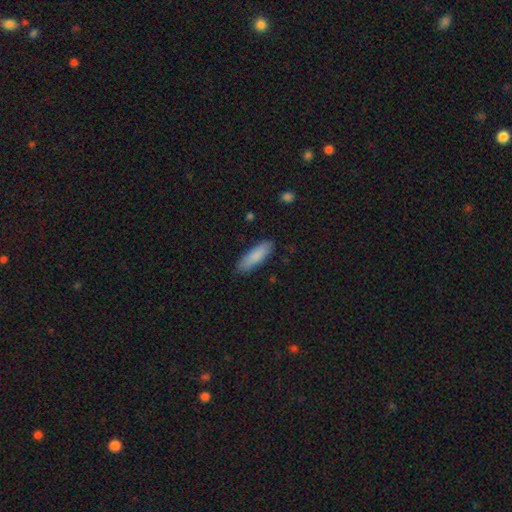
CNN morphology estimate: Smooth or featured? Predicted: smooth (p=0.86). How rounded? Predicted: cigar-shaped (p=0.53). Merging? Predicted: none (p=0.86).